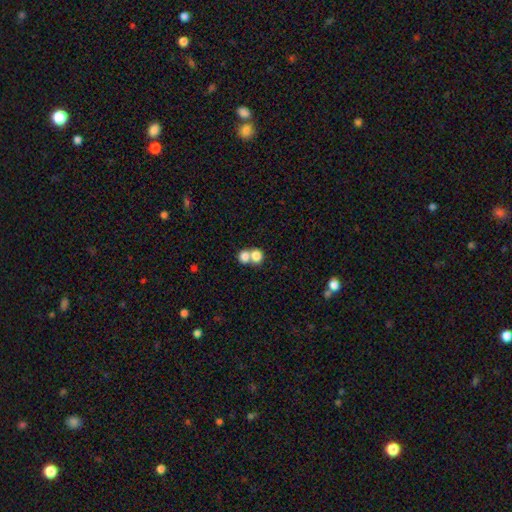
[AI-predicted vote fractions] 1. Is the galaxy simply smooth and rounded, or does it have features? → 80% smooth, 11% featured or disk, 9% star or artifact.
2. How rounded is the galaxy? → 72% round, 27% in between, 1% cigar-shaped.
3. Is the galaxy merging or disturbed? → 64% merger, 29% none, 5% minor disturbance, 3% major disturbance.